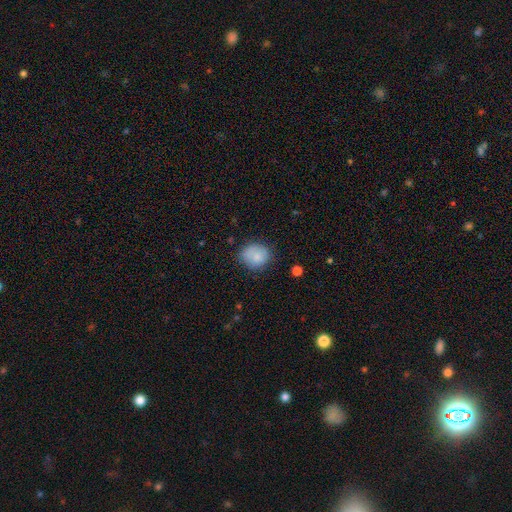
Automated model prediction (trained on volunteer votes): smooth-or-featured: smooth: 82% | featured or disk: 9% | star or artifact: 8%
  how-rounded: round: 70% | in between: 29% | cigar-shaped: 1%
  merging: none: 68% | minor disturbance: 23% | major disturbance: 6% | merger: 2%